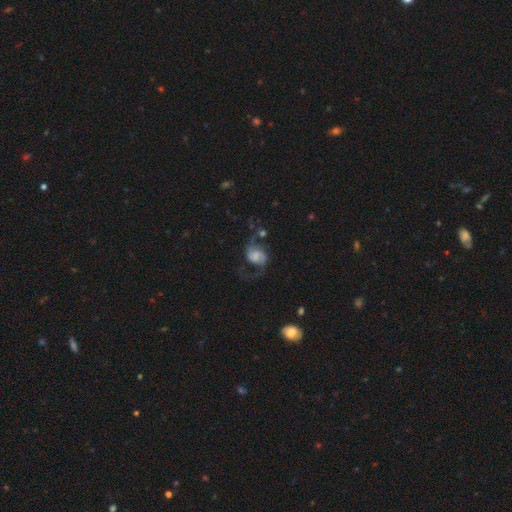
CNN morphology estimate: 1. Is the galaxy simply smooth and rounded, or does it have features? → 75% featured or disk, 17% smooth, 8% star or artifact.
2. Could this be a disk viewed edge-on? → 98% no, 2% yes.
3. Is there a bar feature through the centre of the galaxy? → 51% no, 39% weak, 10% strong.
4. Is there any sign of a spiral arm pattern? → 93% yes, 7% no.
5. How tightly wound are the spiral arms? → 58% loose, 34% medium, 8% tight.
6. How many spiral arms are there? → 90% 2, 4% 1, 3% can't tell, 1% 3, 1% 4, 1% more than 4.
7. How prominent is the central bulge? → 29% small, 27% moderate, 25% none, 15% large, 4% dominant.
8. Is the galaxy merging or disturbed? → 54% none, 24% major disturbance, 17% minor disturbance, 6% merger.